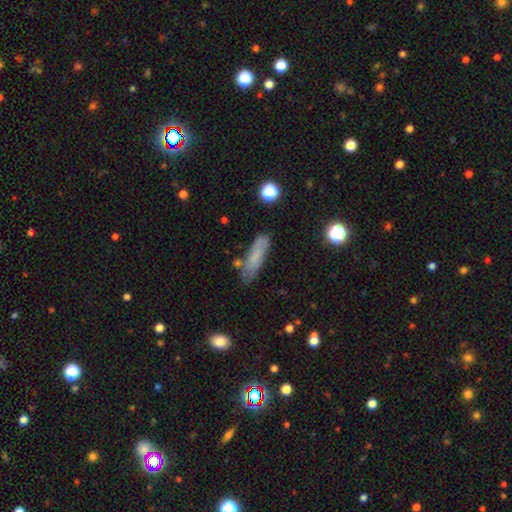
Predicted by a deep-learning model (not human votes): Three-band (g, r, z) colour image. It shows a smooth galaxy with no disk features (70%) that is cigar-shaped (62%). Merging: none (70%).